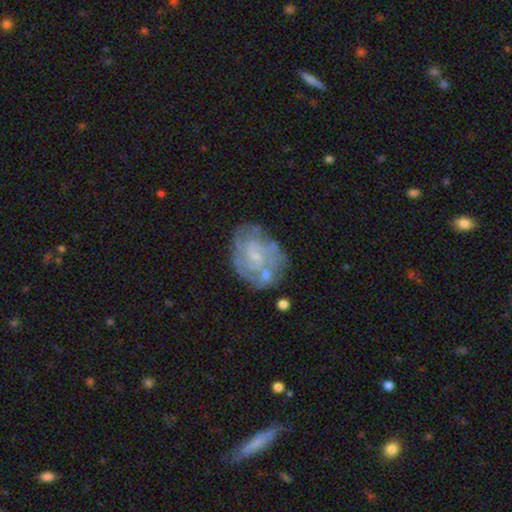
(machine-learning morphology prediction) featured or disk 74%, smooth 19%, star or artifact 7%. Down the decision tree: edge-on disk — no (98%); bar — no (57%); spiral arms — yes (74%); spiral arm count — can't tell (47%); spiral winding — tight (55%); bulge size — small (53%); merging — none (60%).